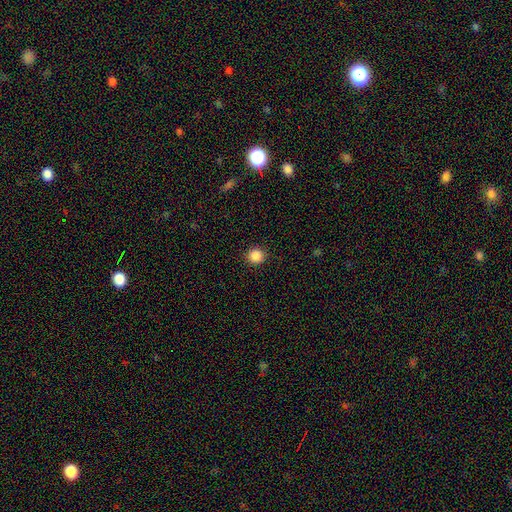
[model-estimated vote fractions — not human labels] A smooth galaxy with no disk features (87%) that is round (93%). Merging: none (91%).